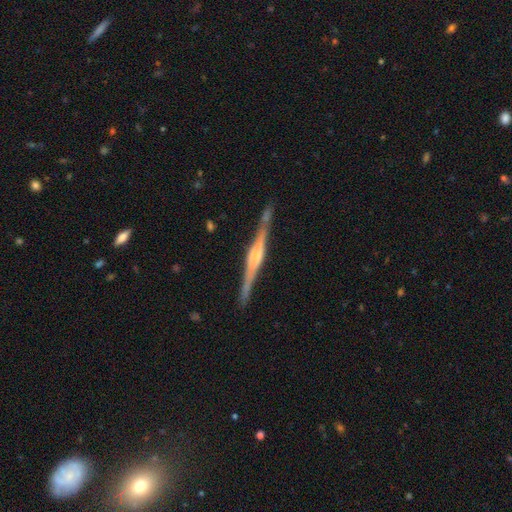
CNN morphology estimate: This is clearly a featured or disk galaxy (86%). It is clearly viewed edge-on (98%). Edge-on bulge: likely rounded (60%). Merging: clearly none (87%).